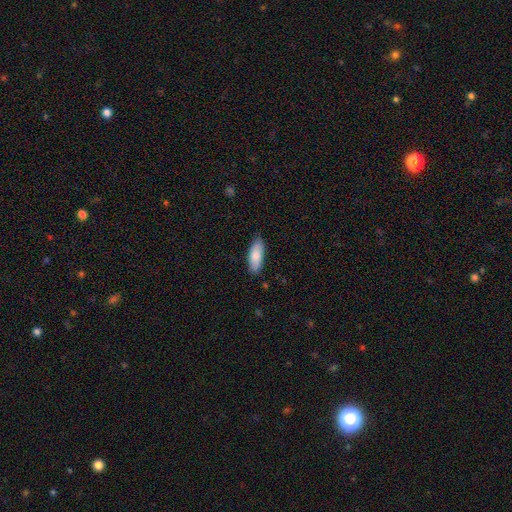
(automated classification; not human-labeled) Q: Smooth or featured?
A: smooth (85%); runner-up: featured or disk (10%)
Q: How rounded?
A: in between (71%); runner-up: cigar-shaped (27%)
Q: Merging?
A: none (84%); runner-up: minor disturbance (12%)